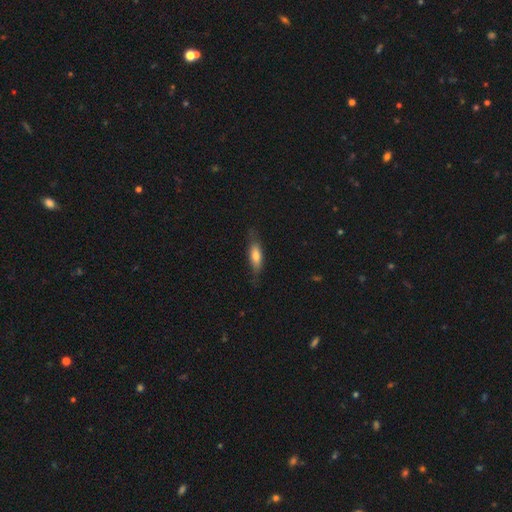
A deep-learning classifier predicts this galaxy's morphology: smooth-or-featured: smooth: 70% | featured or disk: 24% | star or artifact: 6%
  how-rounded: in between: 55% | cigar-shaped: 43% | round: 2%
  merging: none: 71% | minor disturbance: 21% | major disturbance: 6% | merger: 1%